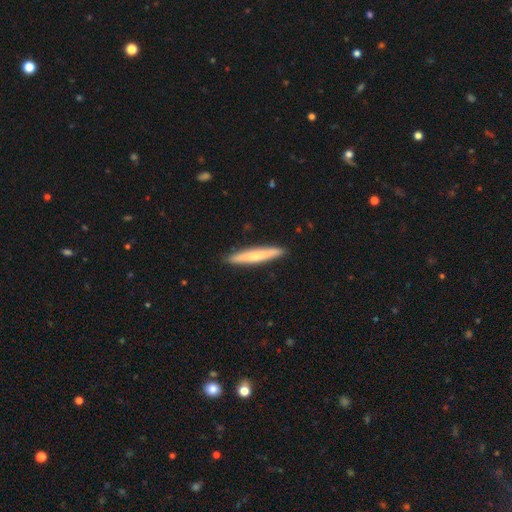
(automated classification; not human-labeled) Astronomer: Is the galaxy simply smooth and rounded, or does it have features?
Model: smooth — 59% (runner-up: featured or disk, 36%).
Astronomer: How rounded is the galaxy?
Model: cigar-shaped — 93%.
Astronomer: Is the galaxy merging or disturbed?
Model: none — 91%.